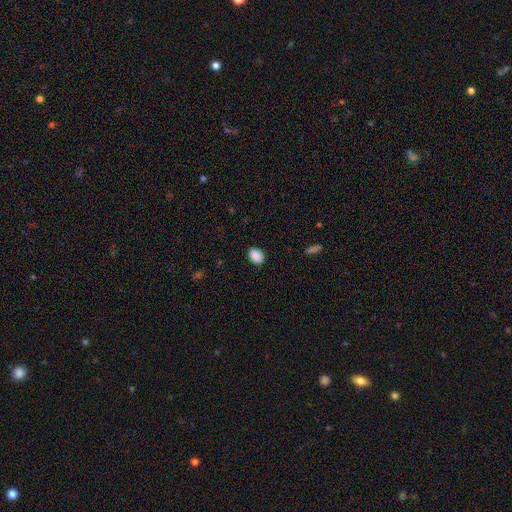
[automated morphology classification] Overall: smooth (89%). How rounded: in between (73%). Merging: none (85%).